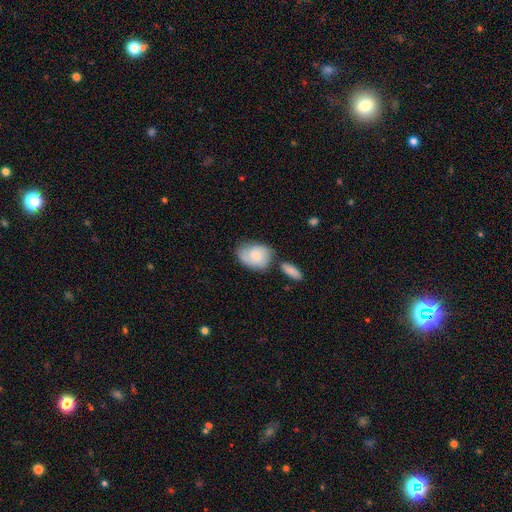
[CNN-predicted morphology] A smooth galaxy with no disk features (61%) that is in between round and cigar-shaped (71%).

Vote fractions:
- Smooth or featured? smooth: 61% / featured or disk: 32% / star or artifact: 6%
- How rounded? in between: 71% / round: 27% / cigar-shaped: 1%
- Merging? none: 51% / minor disturbance: 24% / merger: 18% / major disturbance: 8%